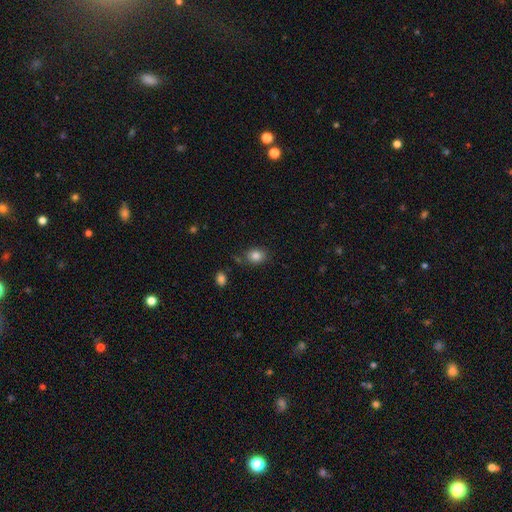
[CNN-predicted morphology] smooth_or_featured: smooth (p=0.84) [alt: star or artifact p=0.10]
how_rounded: in between (p=0.53) [alt: round p=0.46]
merging: none (p=0.78) [alt: minor disturbance p=0.14]